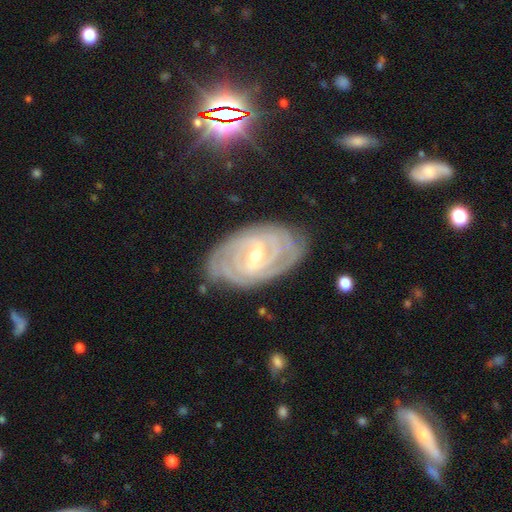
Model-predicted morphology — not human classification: Overall: featured or disk (89%). Edge-on disk: no (96%). Bar: weak (45%; strong 41%). Spiral arms: yes (97%). Spiral arm count: can't tell (25%; 2 23%). Spiral winding: tight (82%). Bulge size: small (51%; moderate 46%). Merging: none (78%).